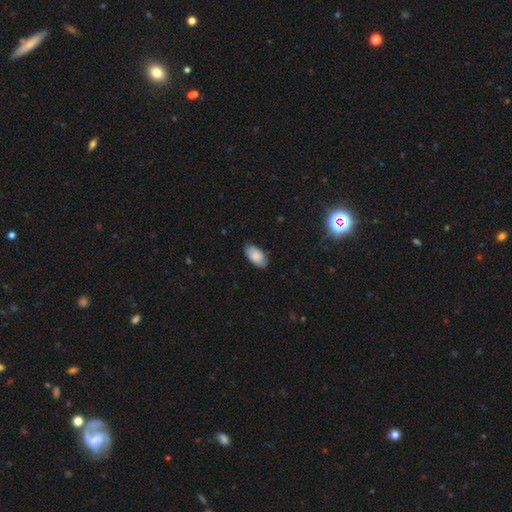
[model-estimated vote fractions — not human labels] smooth_or_featured: smooth (p=0.86) [alt: featured or disk p=0.08]
how_rounded: in between (p=0.95) [alt: round p=0.03]
merging: none (p=0.82) [alt: minor disturbance p=0.15]